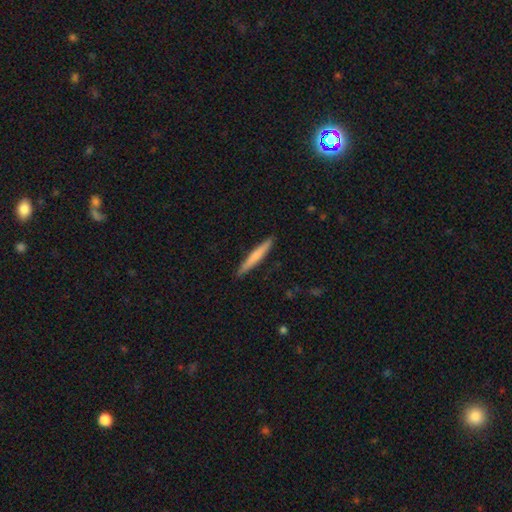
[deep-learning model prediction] smooth 67%, featured or disk 28%, star or artifact 5%. Down the decision tree: how rounded — cigar-shaped (95%); merging — none (91%).